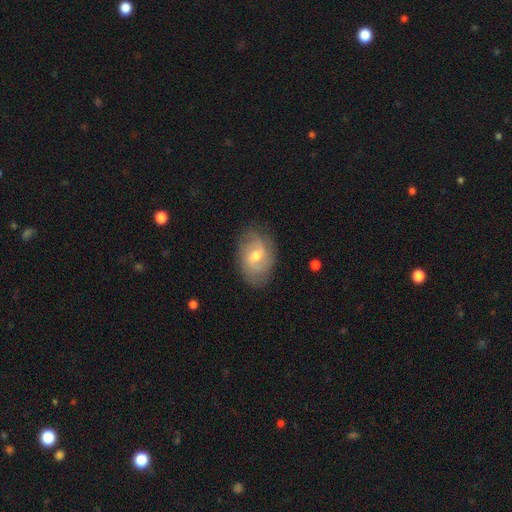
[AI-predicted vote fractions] The model was most divided on "spiral winding": medium: 41%, tight: 36%, loose: 23%. More confident: edge-on disk — no (96%); spiral arms — yes (85%); merging — none (77%); smooth or featured — featured or disk (67%); bulge size — moderate (66%); bar — weak (54%); spiral arm count — 2 (52%).